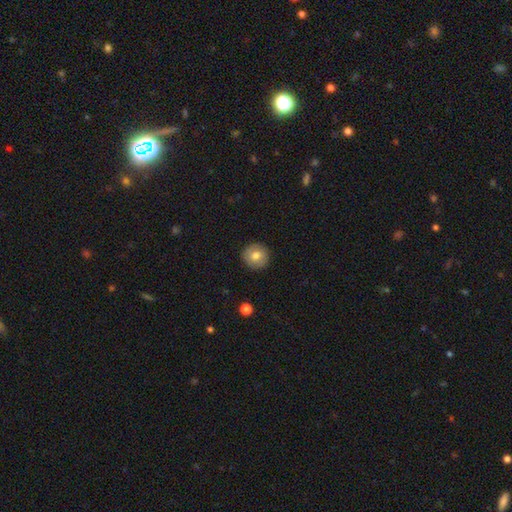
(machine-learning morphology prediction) Q: Smooth or featured?
A: smooth (72%); runner-up: featured or disk (19%)
Q: How rounded?
A: round (94%); runner-up: in between (5%)
Q: Merging?
A: none (90%); runner-up: minor disturbance (7%)